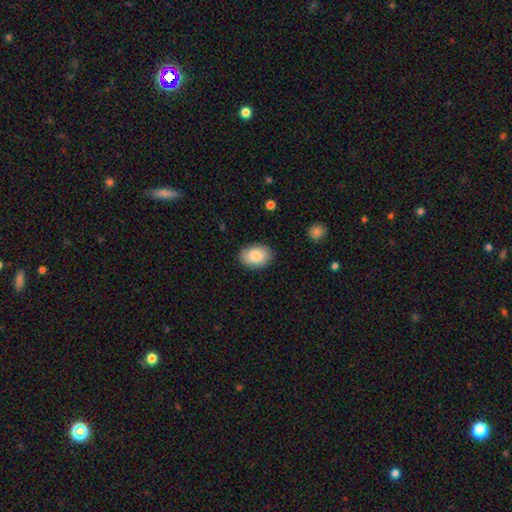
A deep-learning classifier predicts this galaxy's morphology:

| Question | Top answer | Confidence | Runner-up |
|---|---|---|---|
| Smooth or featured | smooth | 85% | featured or disk (9%) |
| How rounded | in between | 81% | round (18%) |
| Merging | none | 81% | minor disturbance (14%) |